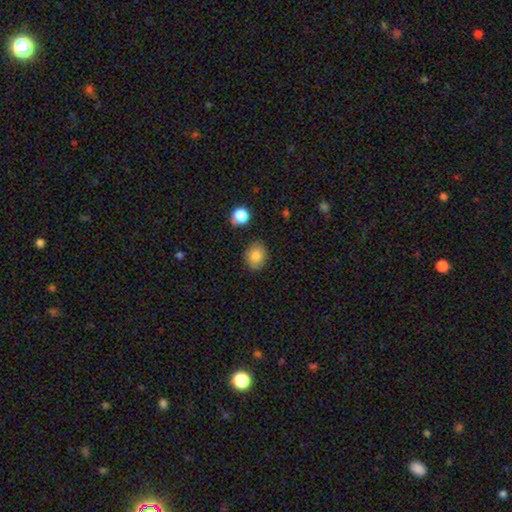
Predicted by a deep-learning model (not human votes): Smooth or featured: smooth — 82% (star or artifact — 10%)
How rounded: round — 62% (in between — 38%)
Merging: none — 84% (minor disturbance — 11%)